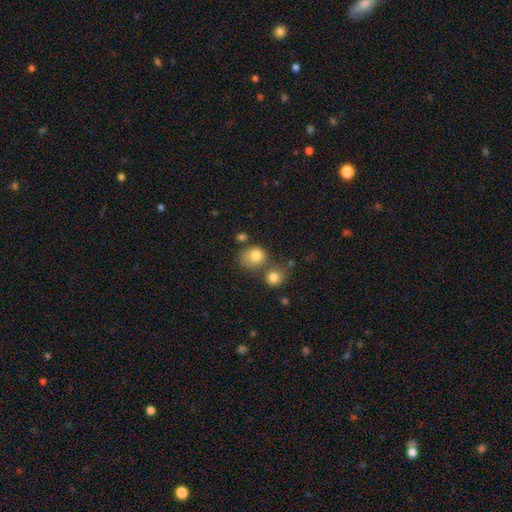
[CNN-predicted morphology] This is likely a smooth galaxy (80%). How rounded: likely round (68%). Merging: possibly none (46%).